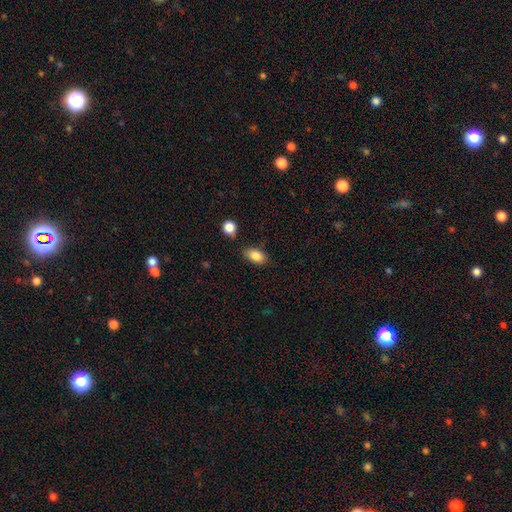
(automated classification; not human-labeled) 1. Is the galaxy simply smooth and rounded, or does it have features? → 85% smooth, 8% star or artifact, 7% featured or disk.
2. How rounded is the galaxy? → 89% in between, 8% round, 3% cigar-shaped.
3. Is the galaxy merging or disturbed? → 73% none, 19% minor disturbance, 4% merger, 4% major disturbance.